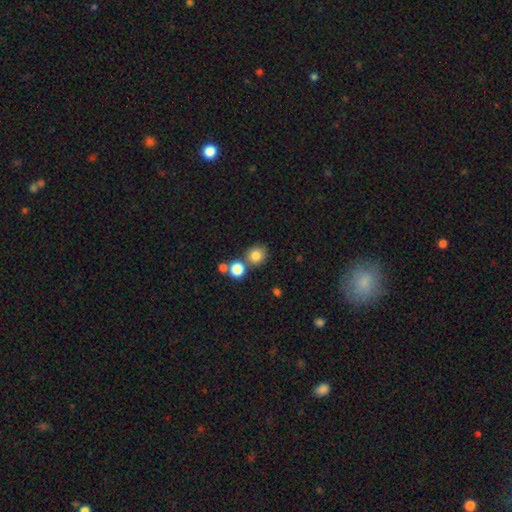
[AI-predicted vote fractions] Smooth or featured: smooth — 81% (star or artifact — 12%)
How rounded: round — 85% (in between — 14%)
Merging: none — 68% (merger — 20%)